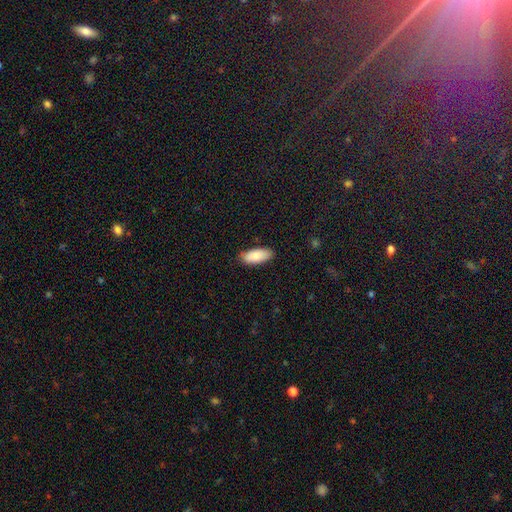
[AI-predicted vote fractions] Smooth or featured: smooth — 87% (featured or disk — 7%)
How rounded: in between — 83% (cigar-shaped — 15%)
Merging: none — 84% (minor disturbance — 13%)